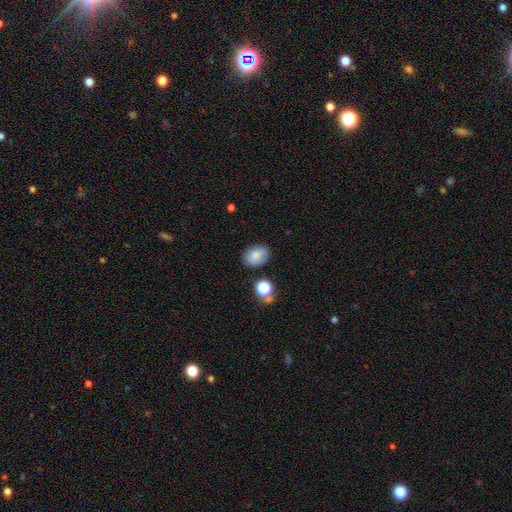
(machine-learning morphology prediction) type=smooth (81%); roundness=in between (68%); merging=none (79%).